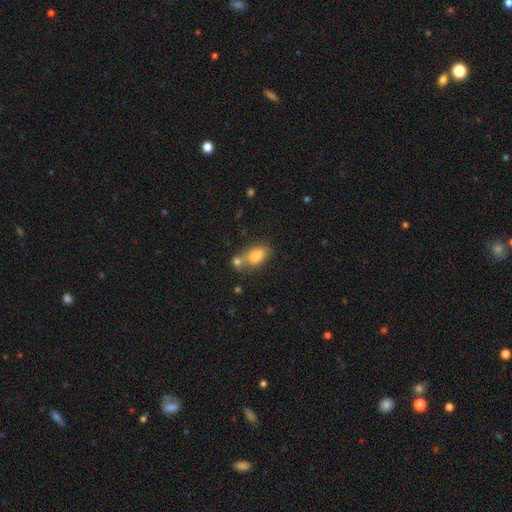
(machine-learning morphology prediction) This appears to be a smooth galaxy with no disk features (79%) that is in between round and cigar-shaped (83%). Merging: none (46%).